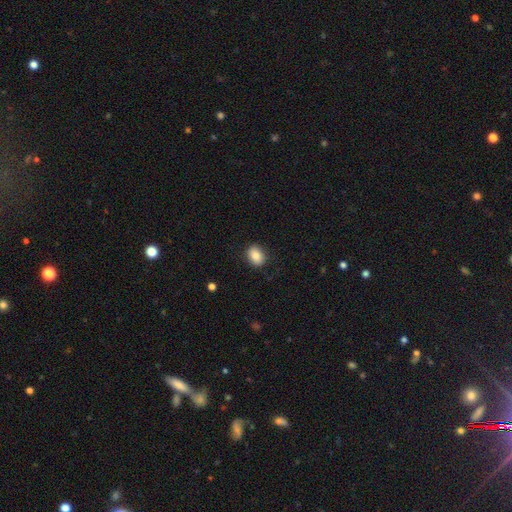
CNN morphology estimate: This appears to be a smooth galaxy with no disk features (87%) that is in between round and cigar-shaped (70%). Merging: none (86%).